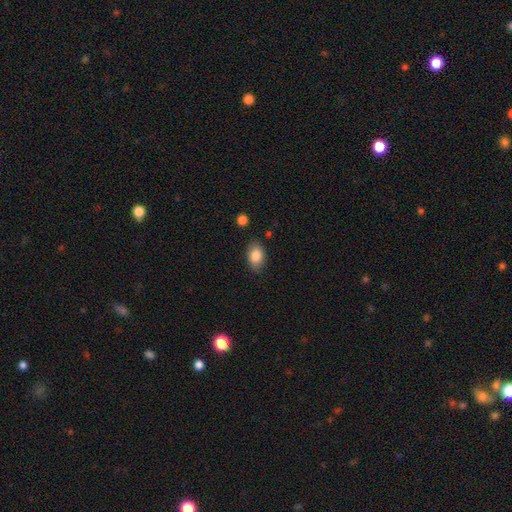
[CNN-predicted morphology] A smooth galaxy with no disk features (85%) that is in between round and cigar-shaped (86%).

Vote fractions:
- Smooth or featured? smooth: 85% / star or artifact: 7% / featured or disk: 7%
- How rounded? in between: 86% / round: 12% / cigar-shaped: 1%
- Merging? none: 81% / minor disturbance: 14% / major disturbance: 3% / merger: 2%